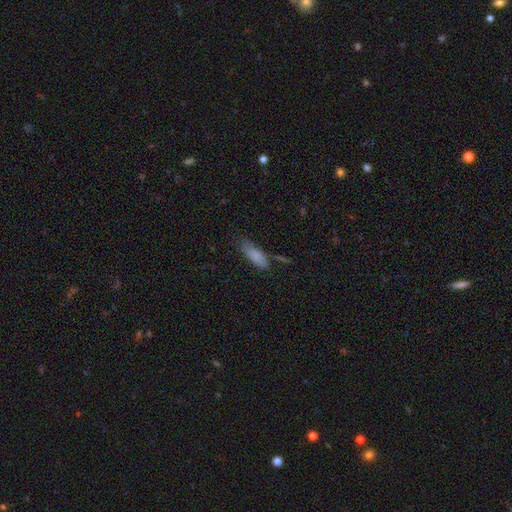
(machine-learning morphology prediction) smooth 80%, featured or disk 13%, star or artifact 7%. Down the decision tree: how rounded — in between (57%); merging — none (64%).